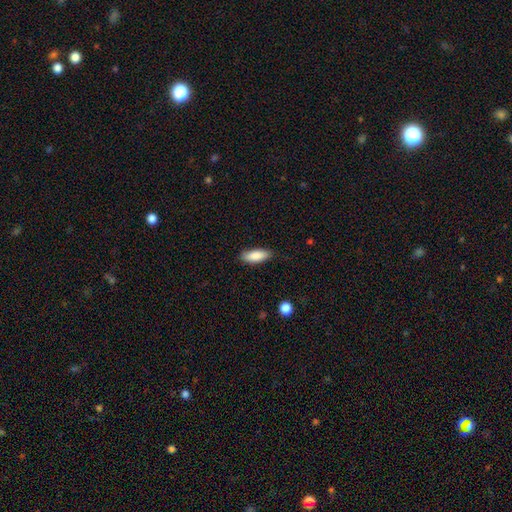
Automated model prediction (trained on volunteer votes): This appears to be a smooth galaxy with no disk features (87%) that is in between round and cigar-shaped (75%). Merging: none (81%).